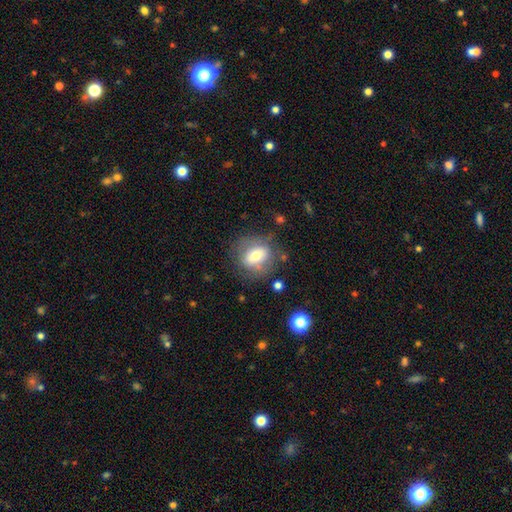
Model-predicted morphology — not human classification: Smooth or featured: smooth — 60% (featured or disk — 31%)
How rounded: round — 62% (in between — 37%)
Merging: none — 69% (minor disturbance — 18%)